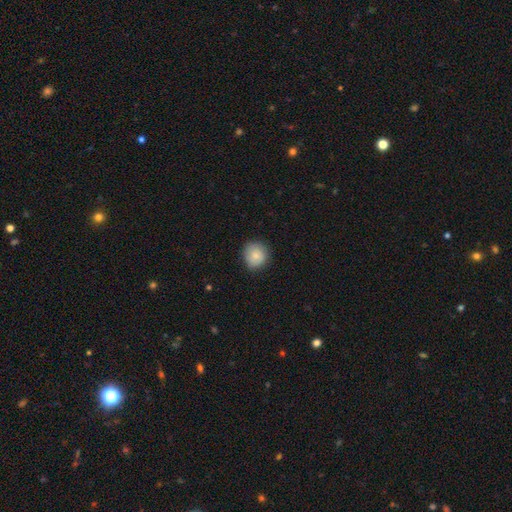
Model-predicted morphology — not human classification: Q: Smooth or featured?
A: smooth (82%); runner-up: featured or disk (11%)
Q: How rounded?
A: round (86%); runner-up: in between (13%)
Q: Merging?
A: none (80%); runner-up: minor disturbance (16%)